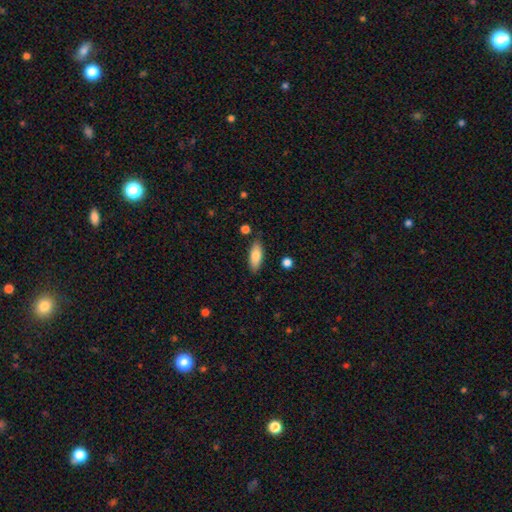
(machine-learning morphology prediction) This is likely a smooth galaxy (78%). How rounded: likely in between (73%). Merging: clearly none (84%).